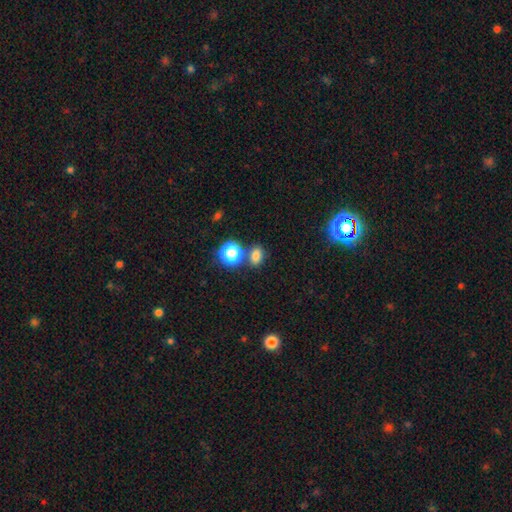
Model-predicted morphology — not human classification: This appears to be a smooth galaxy with no disk features (76%) that is in between round and cigar-shaped (55%). Merging: none (64%).